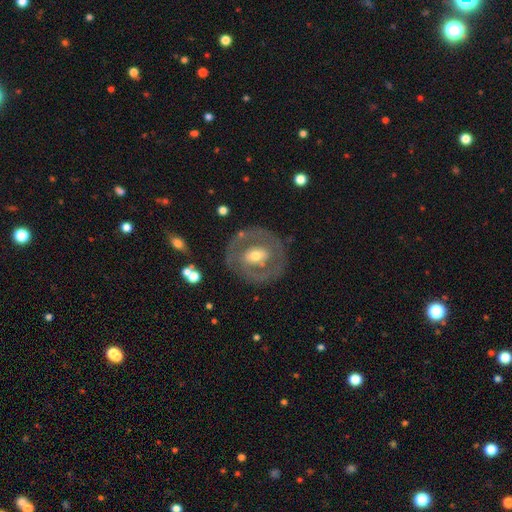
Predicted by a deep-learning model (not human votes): featured or disk 65%, smooth 30%, star or artifact 5%. Down the decision tree: edge-on disk — no (95%); bar — no (53%); spiral arms — no (73%); bulge size — moderate (67%); merging — none (78%).